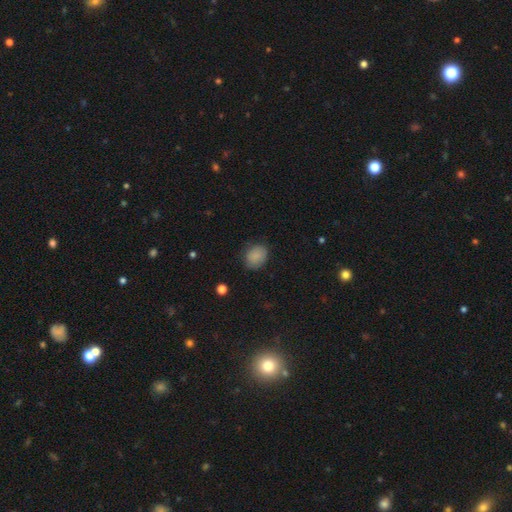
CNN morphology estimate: Smooth or featured? smooth (86%)
How rounded? in between (51%)
Merging? none (79%)